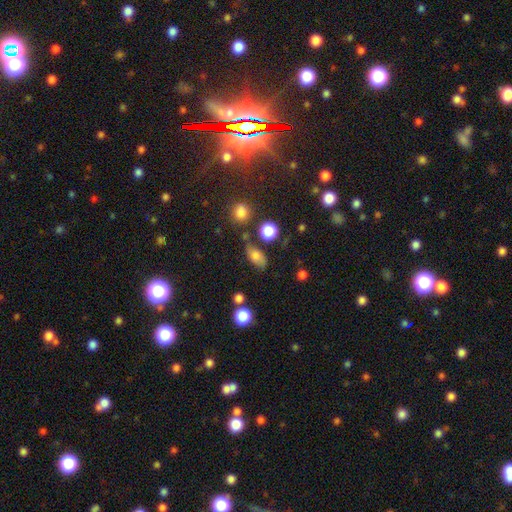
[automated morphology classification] Smooth or featured: smooth — 74% (featured or disk — 15%)
How rounded: in between — 82% (round — 11%)
Merging: none — 67% (minor disturbance — 20%)